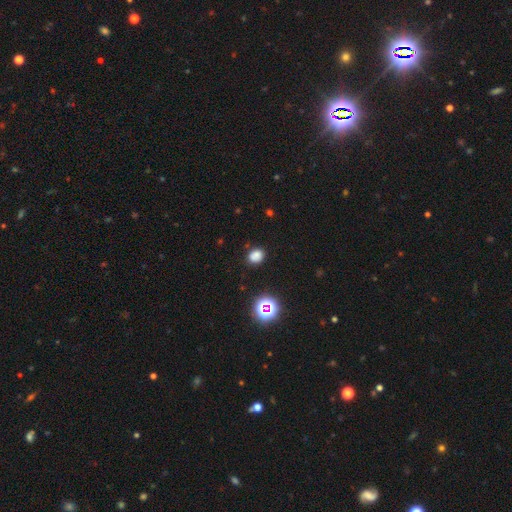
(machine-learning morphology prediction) Smooth or featured?
  - smooth: 76% *
  - star or artifact: 18%
  - featured or disk: 6%
How rounded?
  - round: 56% *
  - in between: 43%
  - cigar-shaped: 1%
Merging?
  - none: 80% *
  - minor disturbance: 14%
  - major disturbance: 4%
  - merger: 3%